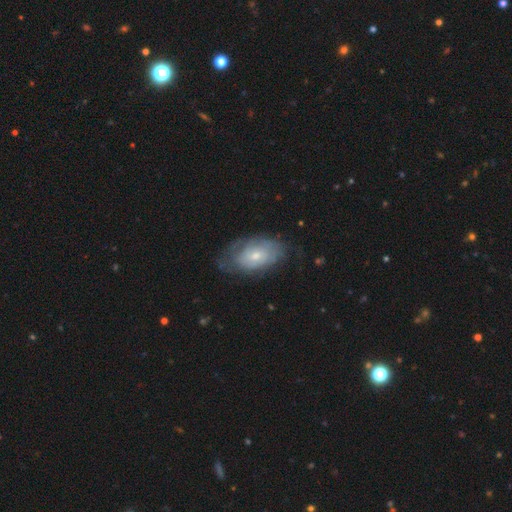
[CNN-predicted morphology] Smooth or featured? featured or disk (57%)
Edge-on disk? no (93%)
Bar? no (78%)
Spiral arms? yes (69%)
Bulge size? small (53%)
Merging? none (63%)